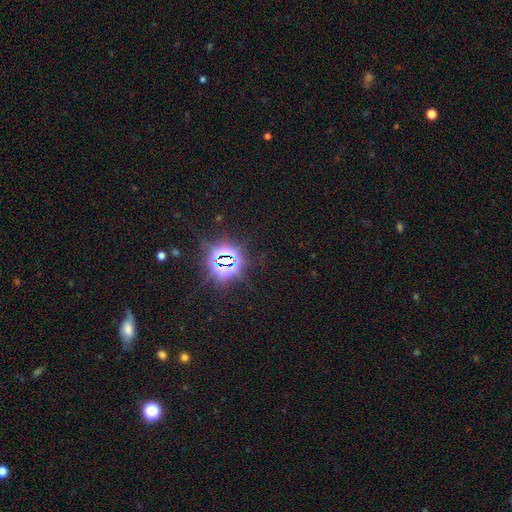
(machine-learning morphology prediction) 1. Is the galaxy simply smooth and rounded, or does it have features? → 83% star or artifact, 10% smooth, 6% featured or disk.